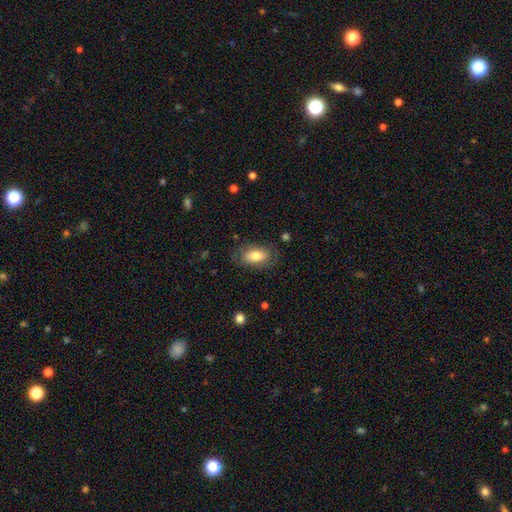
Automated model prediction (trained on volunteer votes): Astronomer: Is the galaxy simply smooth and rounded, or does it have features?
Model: smooth — 68%.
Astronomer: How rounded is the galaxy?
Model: in between — 89%.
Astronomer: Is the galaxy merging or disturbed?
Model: none — 74%.